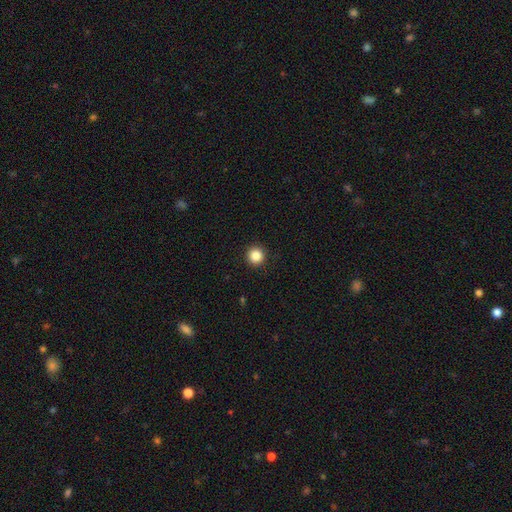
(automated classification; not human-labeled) smooth_or_featured: smooth (p=0.86) [alt: star or artifact p=0.10]
how_rounded: round (p=0.95) [alt: in between p=0.04]
merging: none (p=0.93) [alt: minor disturbance p=0.05]